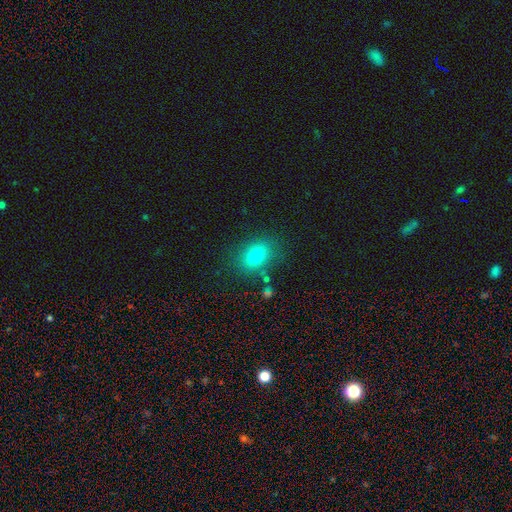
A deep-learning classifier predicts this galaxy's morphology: type=smooth (79%); roundness=in between (80%); merging=none (79%).